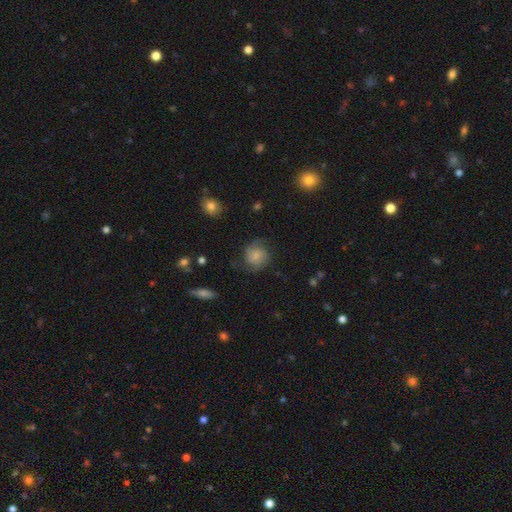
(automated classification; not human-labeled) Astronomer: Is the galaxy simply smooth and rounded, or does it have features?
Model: featured or disk — 54% (runner-up: smooth, 37%).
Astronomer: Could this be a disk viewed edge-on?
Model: no — 97%.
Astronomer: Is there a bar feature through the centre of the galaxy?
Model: no — 70%.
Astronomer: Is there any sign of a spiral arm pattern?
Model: yes — 92%.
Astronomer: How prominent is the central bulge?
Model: small — 50%.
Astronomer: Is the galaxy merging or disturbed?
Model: none — 70%.